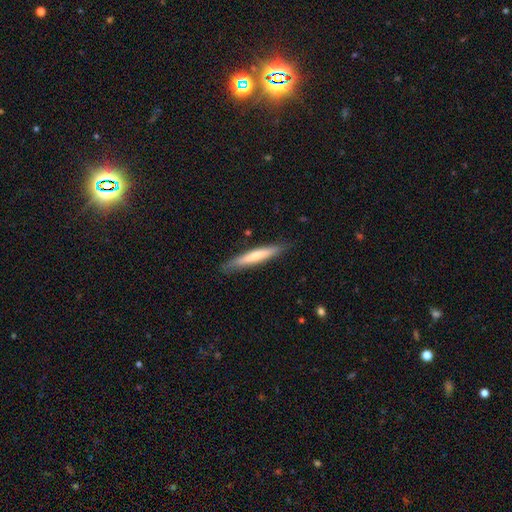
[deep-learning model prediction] Smooth or featured? Predicted: smooth (p=0.67). How rounded? Predicted: cigar-shaped (p=0.93). Merging? Predicted: none (p=0.86).